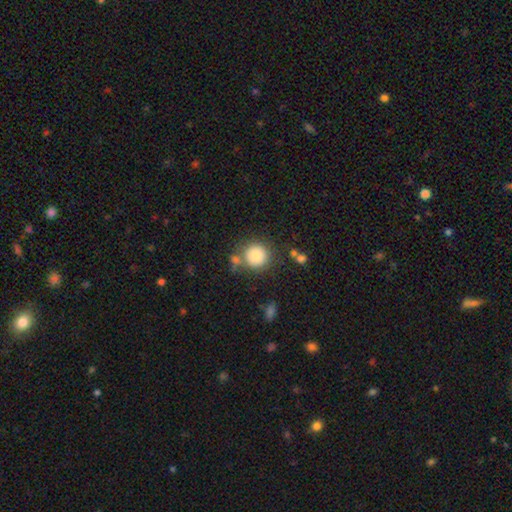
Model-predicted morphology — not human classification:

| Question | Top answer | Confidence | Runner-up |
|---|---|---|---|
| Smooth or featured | smooth | 83% | star or artifact (9%) |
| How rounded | round | 93% | in between (6%) |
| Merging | none | 73% | merger (11%) |